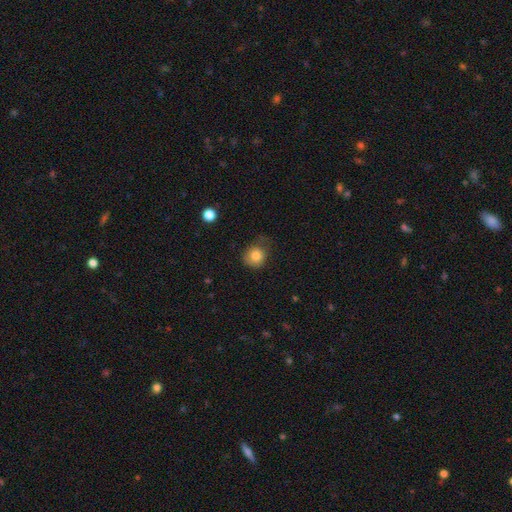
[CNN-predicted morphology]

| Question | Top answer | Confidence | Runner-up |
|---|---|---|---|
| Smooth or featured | smooth | 82% | star or artifact (9%) |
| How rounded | round | 77% | in between (22%) |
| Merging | none | 56% | minor disturbance (30%) |